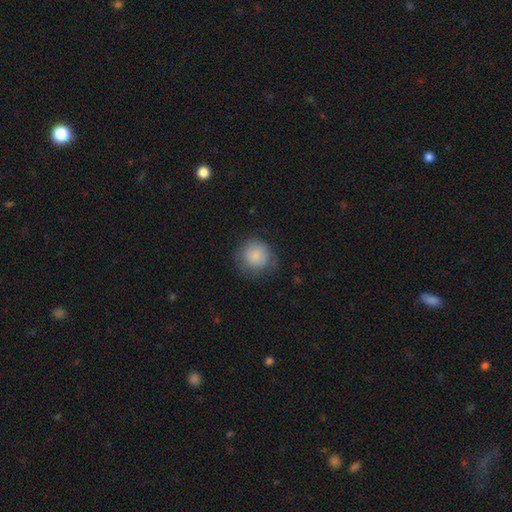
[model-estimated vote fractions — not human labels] Smooth or featured?
  - smooth: 85% *
  - featured or disk: 8%
  - star or artifact: 7%
How rounded?
  - round: 91% *
  - in between: 8%
  - cigar-shaped: 1%
Merging?
  - none: 74% *
  - minor disturbance: 19%
  - major disturbance: 6%
  - merger: 1%